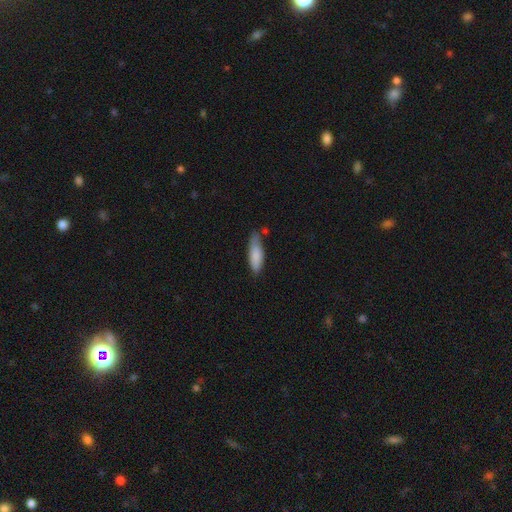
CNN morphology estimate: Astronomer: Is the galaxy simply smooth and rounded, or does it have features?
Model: smooth — 83%.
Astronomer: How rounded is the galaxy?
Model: in between — 53% (runner-up: cigar-shaped, 45%).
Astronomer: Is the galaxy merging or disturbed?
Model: none — 59%.